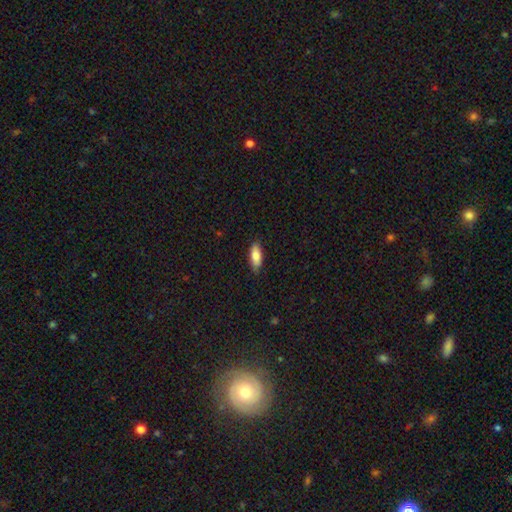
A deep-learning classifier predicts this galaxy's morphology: smooth_or_featured: smooth (p=0.83) [alt: featured or disk p=0.10]
how_rounded: in between (p=0.78) [alt: cigar-shaped p=0.20]
merging: none (p=0.84) [alt: minor disturbance p=0.12]